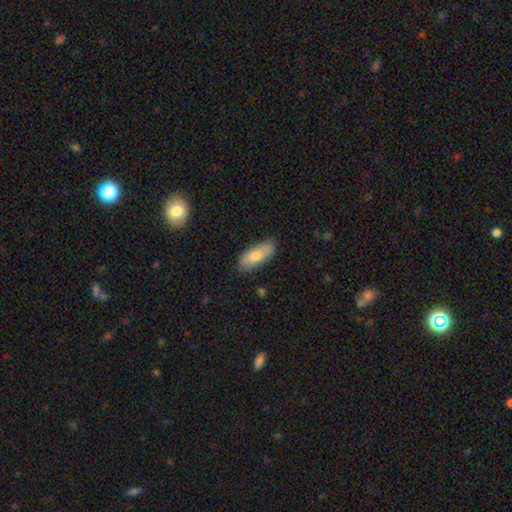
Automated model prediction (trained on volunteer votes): smooth_or_featured: smooth (p=0.72) [alt: featured or disk p=0.21]
how_rounded: in between (p=0.80) [alt: cigar-shaped p=0.18]
merging: none (p=0.80) [alt: minor disturbance p=0.16]